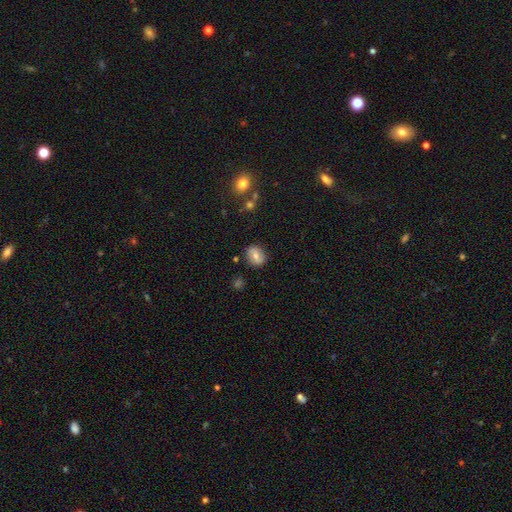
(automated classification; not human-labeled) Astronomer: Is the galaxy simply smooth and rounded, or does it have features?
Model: smooth — 60%.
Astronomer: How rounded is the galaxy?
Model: round — 51% (runner-up: in between, 47%).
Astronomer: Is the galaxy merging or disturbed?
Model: none — 83%.